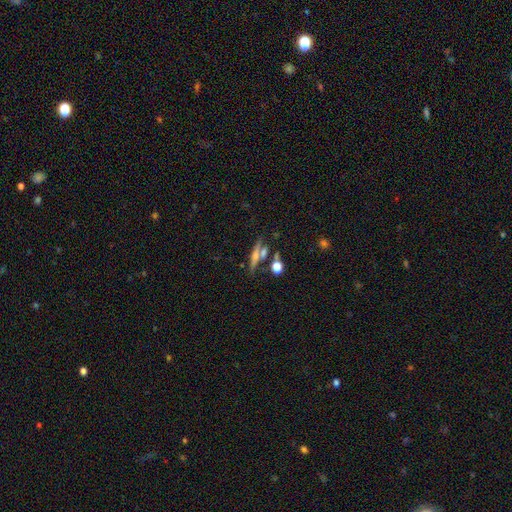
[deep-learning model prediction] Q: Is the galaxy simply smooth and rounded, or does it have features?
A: smooth — 44%.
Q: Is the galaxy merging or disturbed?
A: none — 54%.